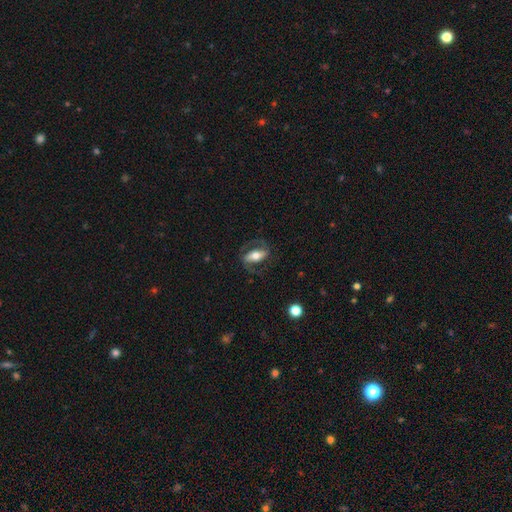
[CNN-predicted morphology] A featured or disk galaxy (71%) with a strong bar (54%), 2 (88%) medium (48%) spiral arms (83%) and a moderate central bulge (63%). Merging: none (70%).